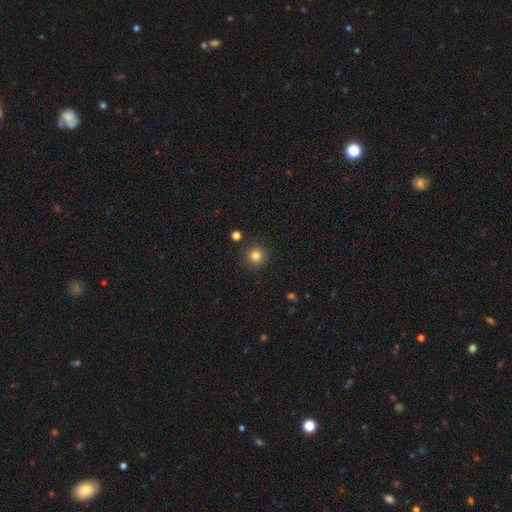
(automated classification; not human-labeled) A smooth galaxy with no disk features (82%) that is round (94%).

Vote fractions:
- Smooth or featured? smooth: 82% / star or artifact: 12% / featured or disk: 6%
- How rounded? round: 94% / in between: 5% / cigar-shaped: 1%
- Merging? none: 89% / minor disturbance: 6% / merger: 2% / major disturbance: 2%